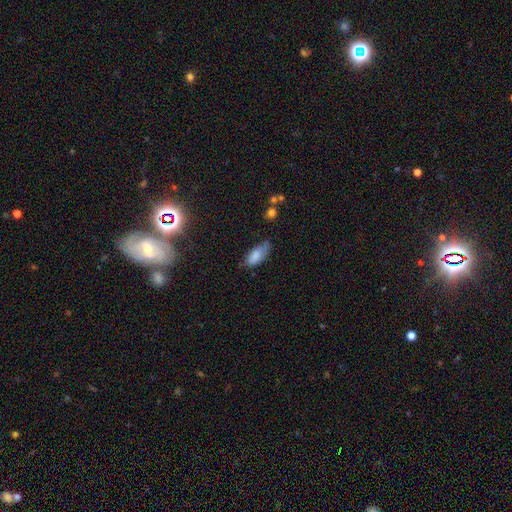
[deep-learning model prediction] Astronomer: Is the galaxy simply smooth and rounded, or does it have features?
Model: smooth — 82%.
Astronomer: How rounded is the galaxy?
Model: in between — 84%.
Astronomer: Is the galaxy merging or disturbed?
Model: none — 47% (runner-up: minor disturbance, 38%).